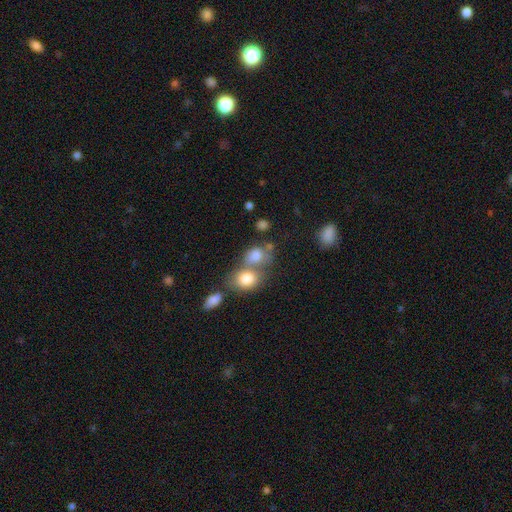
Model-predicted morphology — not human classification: Smooth or featured?
  - smooth: 77% *
  - featured or disk: 12%
  - star or artifact: 11%
How rounded?
  - in between: 52% *
  - round: 46%
  - cigar-shaped: 1%
Merging?
  - merger: 54% *
  - none: 31%
  - minor disturbance: 10%
  - major disturbance: 5%